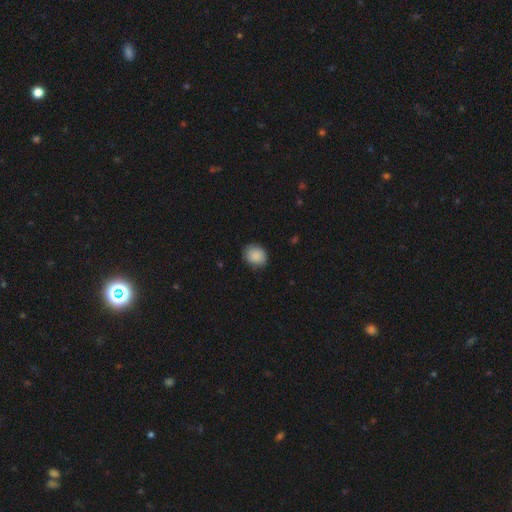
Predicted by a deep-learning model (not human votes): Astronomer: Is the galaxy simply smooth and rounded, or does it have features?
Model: smooth — 88%.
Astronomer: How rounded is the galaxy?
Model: round — 64%.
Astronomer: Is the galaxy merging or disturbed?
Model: none — 83%.